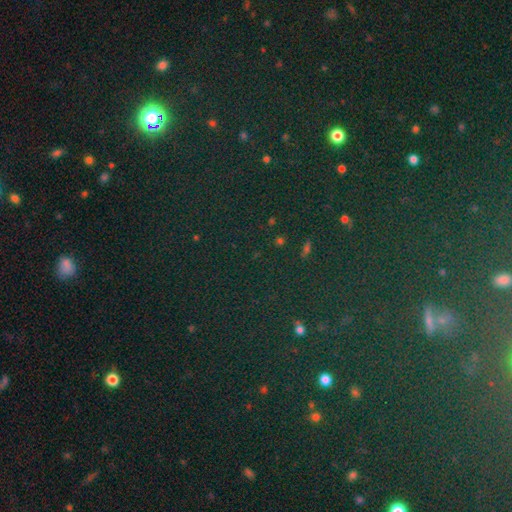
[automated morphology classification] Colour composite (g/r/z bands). It shows a star or artifact, not a galaxy (74%).